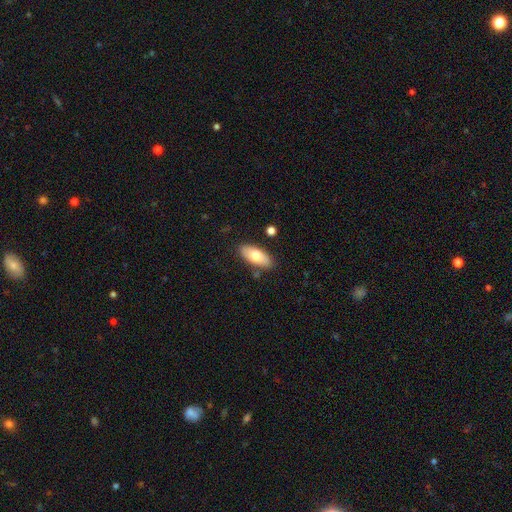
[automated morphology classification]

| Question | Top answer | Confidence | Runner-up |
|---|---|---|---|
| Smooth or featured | smooth | 72% | featured or disk (21%) |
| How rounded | in between | 86% | cigar-shaped (11%) |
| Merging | none | 83% | minor disturbance (11%) |